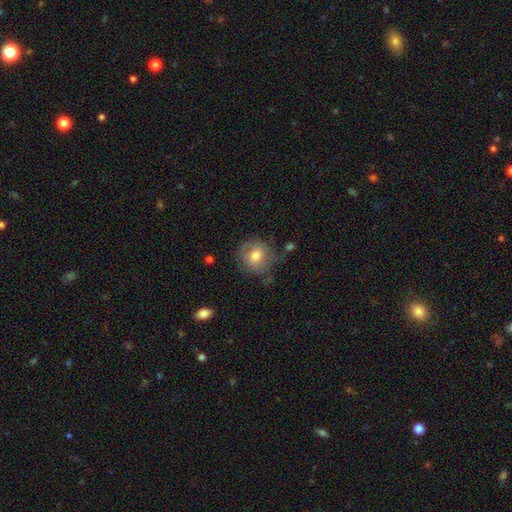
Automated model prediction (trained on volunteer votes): Smooth or featured: smooth — 67% (featured or disk — 25%)
How rounded: round — 82% (in between — 17%)
Merging: none — 60% (minor disturbance — 25%)